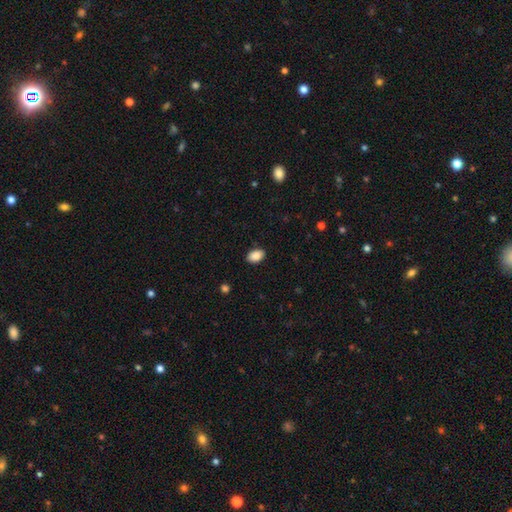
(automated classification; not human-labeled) This appears to be a smooth galaxy with no disk features (89%) that is in between round and cigar-shaped (87%). Merging: none (88%).